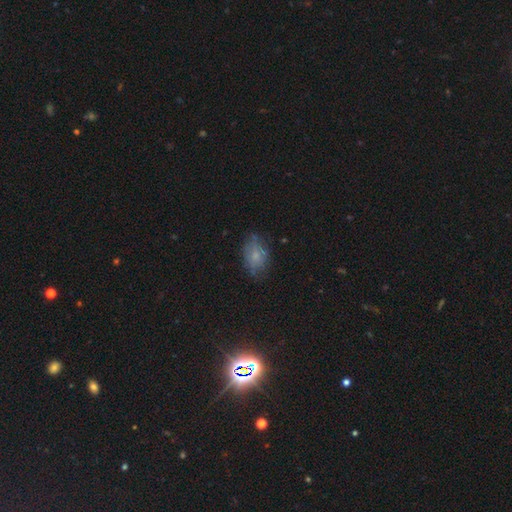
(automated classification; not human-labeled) smooth_or_featured: smooth (p=0.64) [alt: featured or disk p=0.24]
how_rounded: in between (p=0.82) [alt: round p=0.16]
merging: none (p=0.59) [alt: minor disturbance p=0.27]